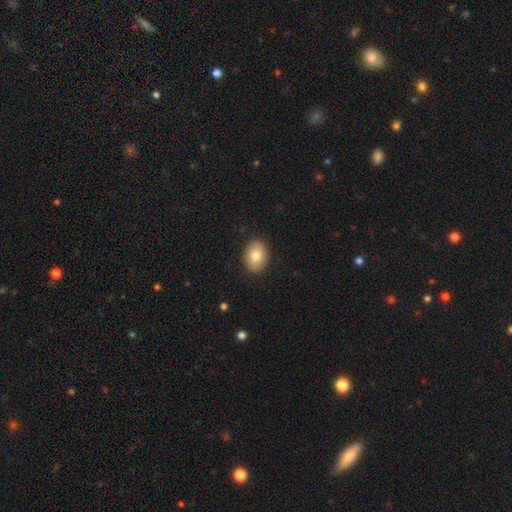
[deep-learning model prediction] Smooth or featured? smooth (82%)
How rounded? in between (74%)
Merging? none (89%)